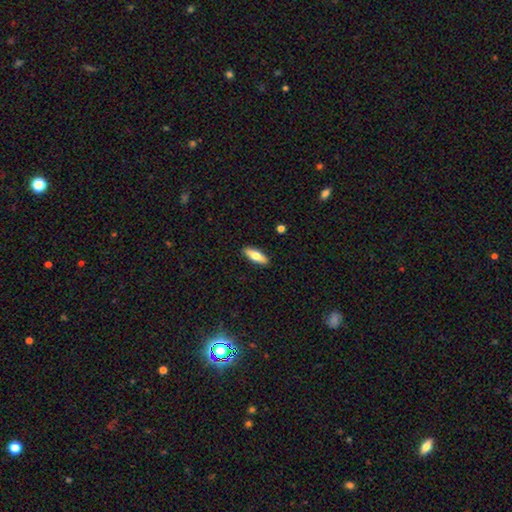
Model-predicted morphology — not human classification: type=smooth (65%); roundness=in between (56%); merging=none (90%).